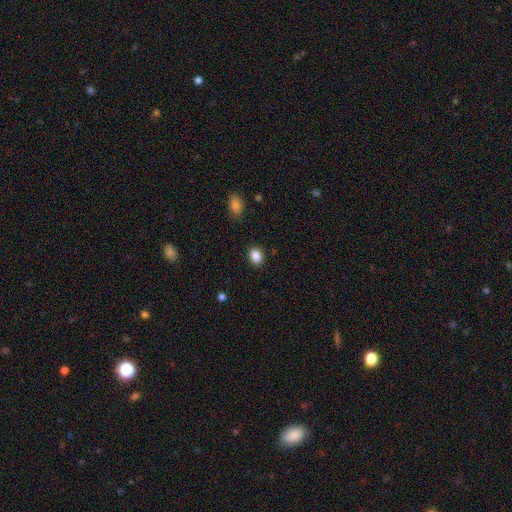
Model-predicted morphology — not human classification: A smooth galaxy with no disk features (88%) that is in between round and cigar-shaped (55%).

Vote fractions:
- Smooth or featured? smooth: 88% / star or artifact: 9% / featured or disk: 3%
- How rounded? in between: 55% / round: 44% / cigar-shaped: 1%
- Merging? none: 88% / minor disturbance: 8% / major disturbance: 2% / merger: 1%